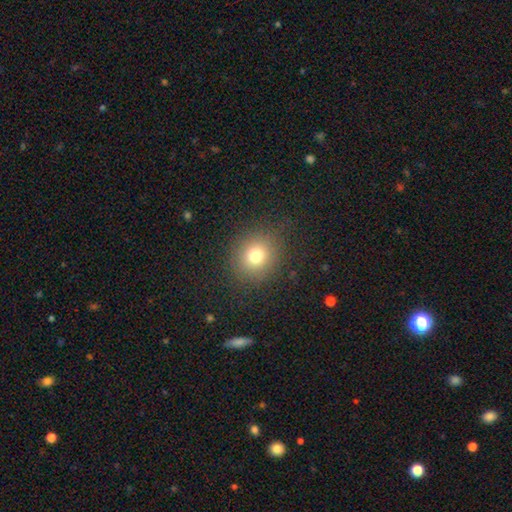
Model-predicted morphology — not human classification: This is likely a smooth galaxy (75%). How rounded: clearly round (86%). Merging: clearly none (87%).